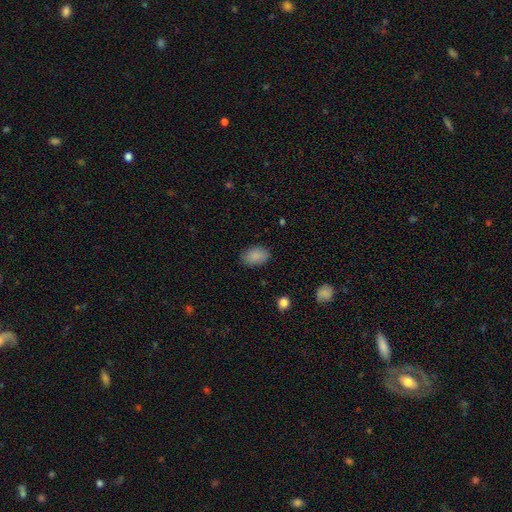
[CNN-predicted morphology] The model was most divided on "merging": none: 85%, minor disturbance: 11%, major disturbance: 3%, merger: 1%. More confident: smooth or featured — smooth (87%); how rounded — in between (86%).